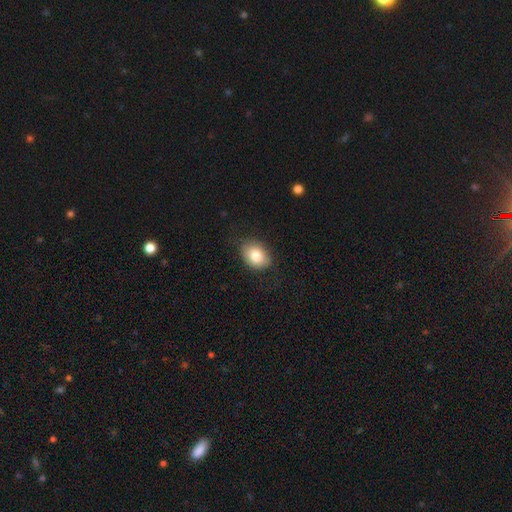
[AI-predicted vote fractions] The model was most divided on "how rounded": in between: 69%, round: 30%, cigar-shaped: 1%. More confident: smooth or featured — smooth (82%); merging — none (76%).